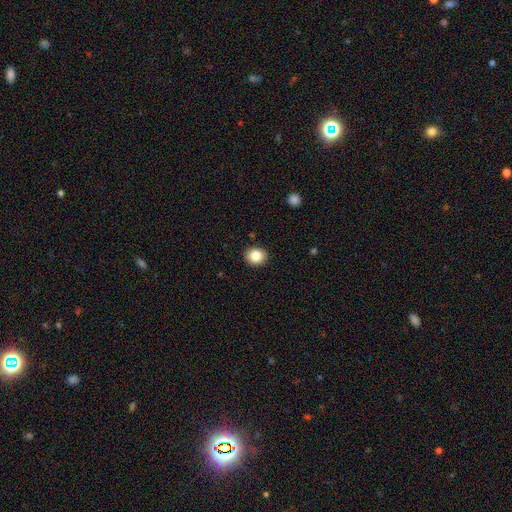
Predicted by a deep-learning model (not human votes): A smooth galaxy with no disk features (84%) that is round (75%). Merging: none (91%).